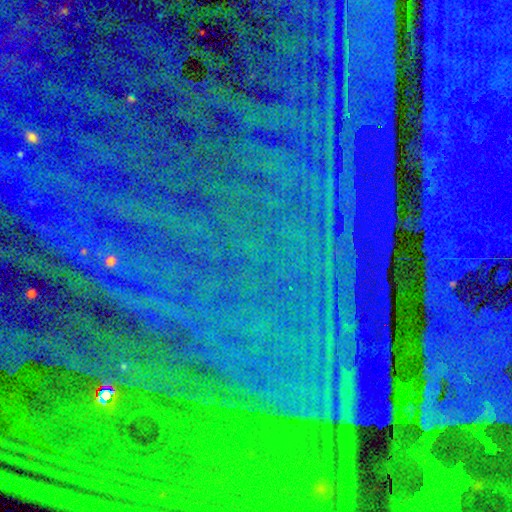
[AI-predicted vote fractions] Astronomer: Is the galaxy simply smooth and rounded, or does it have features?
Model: star or artifact — 88%.